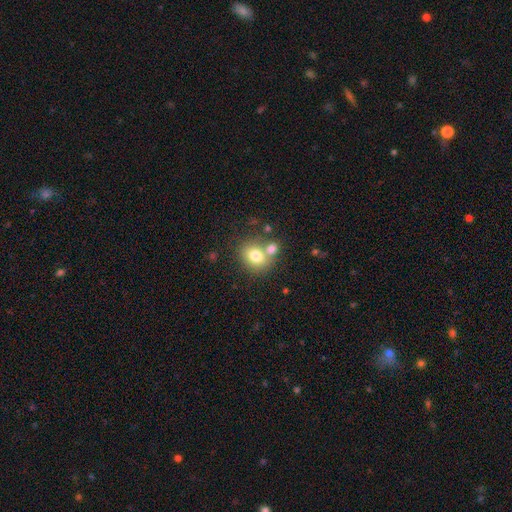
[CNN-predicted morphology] This appears to be a smooth galaxy with no disk features (76%) that is round (58%). Merging: none (51%).